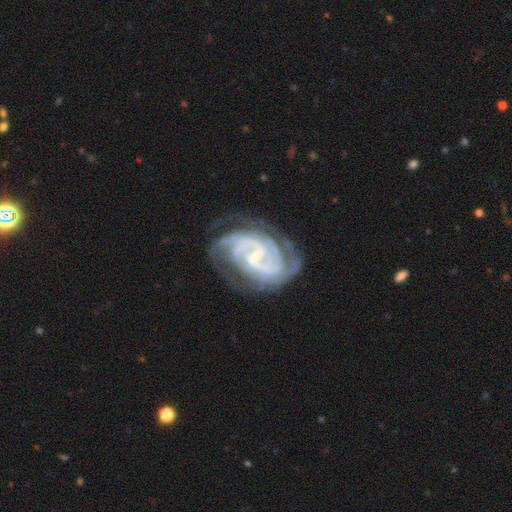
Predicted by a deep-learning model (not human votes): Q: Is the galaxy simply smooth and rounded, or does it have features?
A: featured or disk — 91%.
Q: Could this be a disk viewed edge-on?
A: no — 98%.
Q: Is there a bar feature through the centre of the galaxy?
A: weak — 47%.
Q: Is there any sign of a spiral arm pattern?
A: yes — 98%.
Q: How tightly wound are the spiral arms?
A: tight — 62%.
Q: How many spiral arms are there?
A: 2 — 42%.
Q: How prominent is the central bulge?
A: small — 63%.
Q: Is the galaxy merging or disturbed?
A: none — 72%.